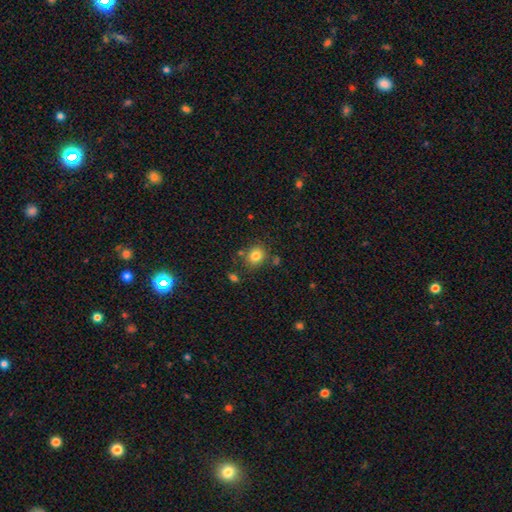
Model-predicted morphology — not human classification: Smooth or featured? Predicted: smooth (p=0.81). How rounded? Predicted: round (p=0.72). Merging? Predicted: none (p=0.77).